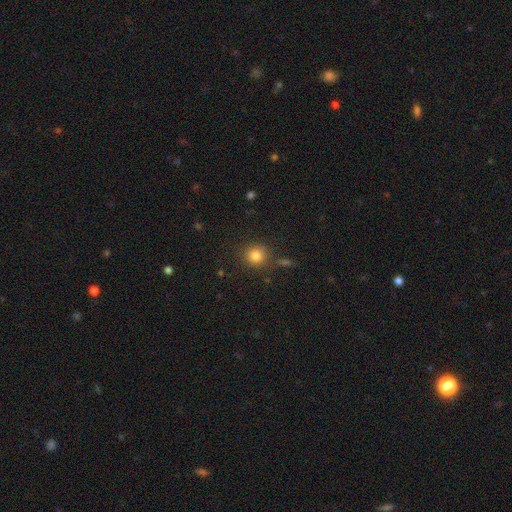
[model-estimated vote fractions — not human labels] smooth-or-featured: smooth: 82% | star or artifact: 12% | featured or disk: 6%
  how-rounded: round: 89% | in between: 10% | cigar-shaped: 1%
  merging: none: 81% | minor disturbance: 11% | merger: 4% | major disturbance: 4%